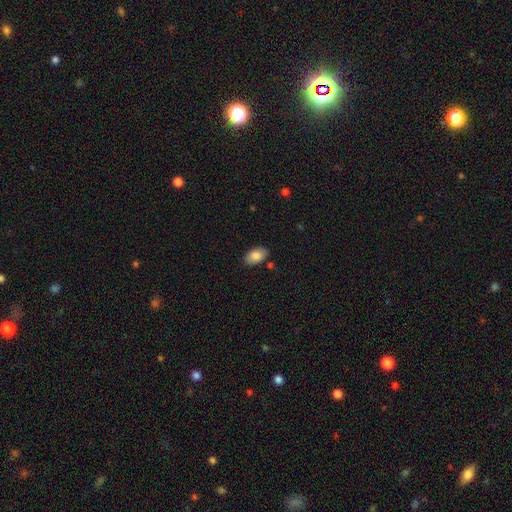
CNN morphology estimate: Smooth or featured: smooth — 84% (featured or disk — 10%)
How rounded: in between — 93% (round — 5%)
Merging: none — 83% (minor disturbance — 12%)